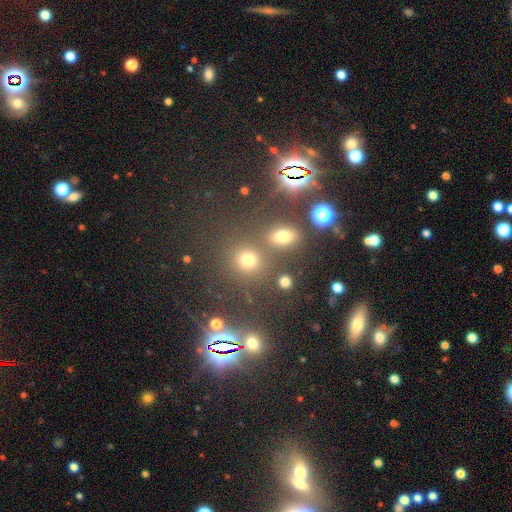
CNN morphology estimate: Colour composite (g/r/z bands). It shows a star or artifact, not a galaxy (55%).